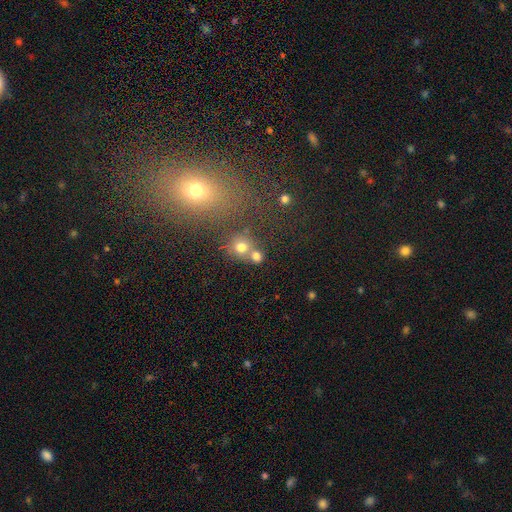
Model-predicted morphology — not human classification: A smooth galaxy with no disk features (73%) that is round (85%).

Vote fractions:
- Smooth or featured? smooth: 73% / star or artifact: 16% / featured or disk: 11%
- How rounded? round: 85% / in between: 14% / cigar-shaped: 1%
- Merging? none: 53% / merger: 36% / minor disturbance: 8% / major disturbance: 4%